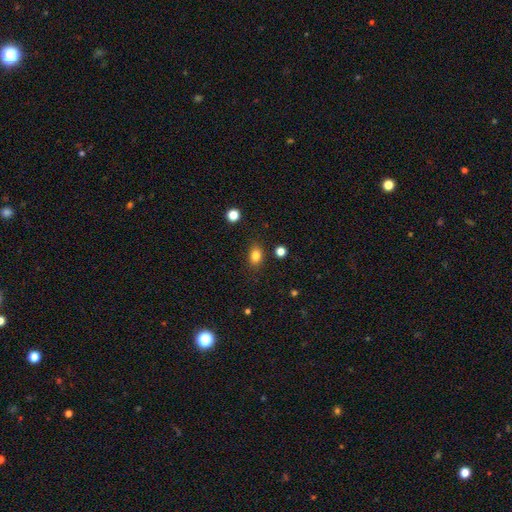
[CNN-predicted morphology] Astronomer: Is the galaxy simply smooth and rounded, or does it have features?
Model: smooth — 83%.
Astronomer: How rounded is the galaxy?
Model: in between — 70%.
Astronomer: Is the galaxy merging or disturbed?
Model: none — 84%.